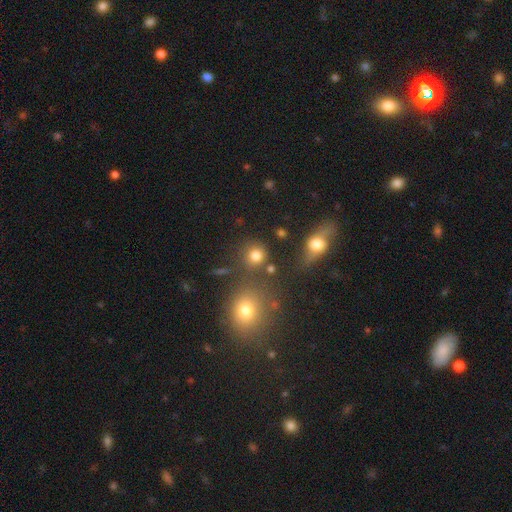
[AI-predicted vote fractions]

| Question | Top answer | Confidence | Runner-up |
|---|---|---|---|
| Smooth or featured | smooth | 79% | star or artifact (14%) |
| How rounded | round | 88% | in between (11%) |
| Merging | none | 75% | merger (11%) |